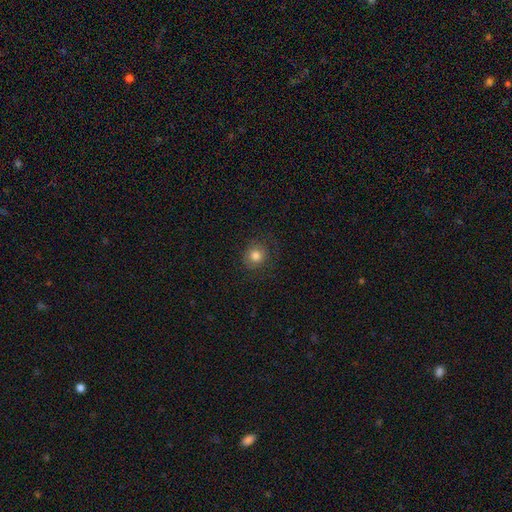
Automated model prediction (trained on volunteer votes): Smooth or featured? Predicted: smooth (p=0.81). How rounded? Predicted: round (p=0.89). Merging? Predicted: none (p=0.84).